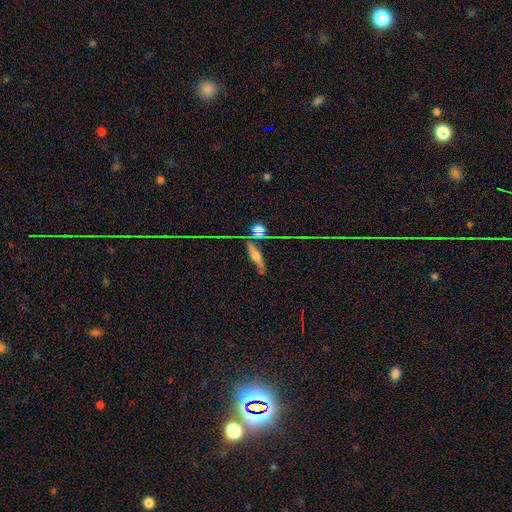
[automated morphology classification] The model was most divided on "smooth or featured": featured or disk: 54%, smooth: 32%, star or artifact: 14%. More confident: edge-on disk — yes (86%); merging — none (65%).